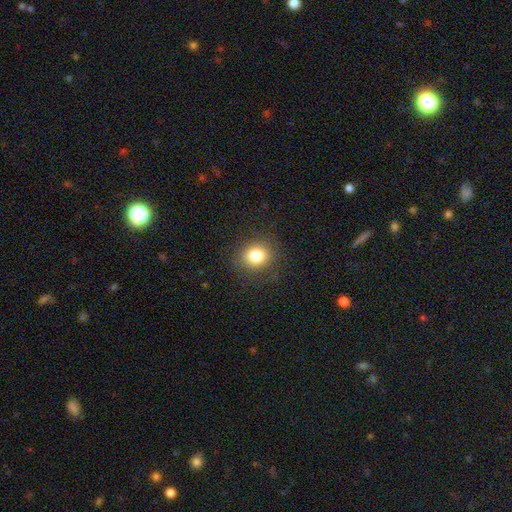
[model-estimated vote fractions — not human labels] Morphology: type=smooth (81%); roundness=round (74%); merging=none (87%).